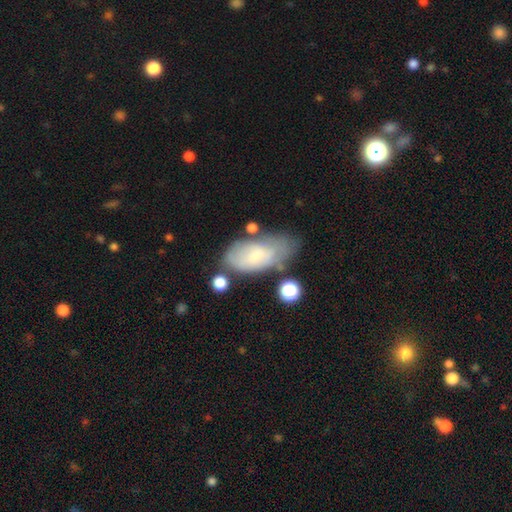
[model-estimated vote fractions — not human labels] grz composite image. It shows a smooth galaxy with no disk features (58%) that is in between round and cigar-shaped (90%). Merging: none (49%).